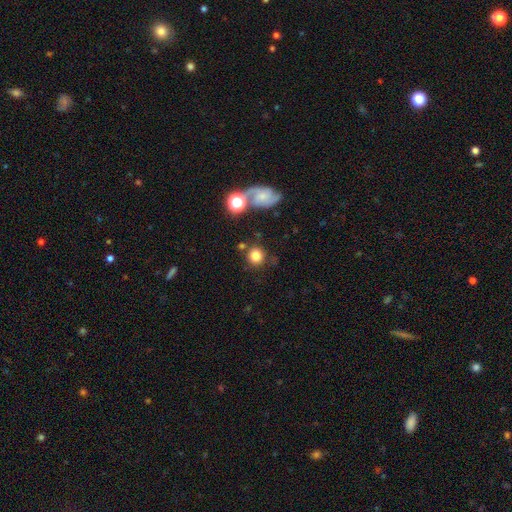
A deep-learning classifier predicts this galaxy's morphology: smooth-or-featured: smooth: 77% | featured or disk: 12% | star or artifact: 11%
  how-rounded: round: 89% | in between: 10% | cigar-shaped: 1%
  merging: none: 75% | minor disturbance: 11% | merger: 9% | major disturbance: 5%